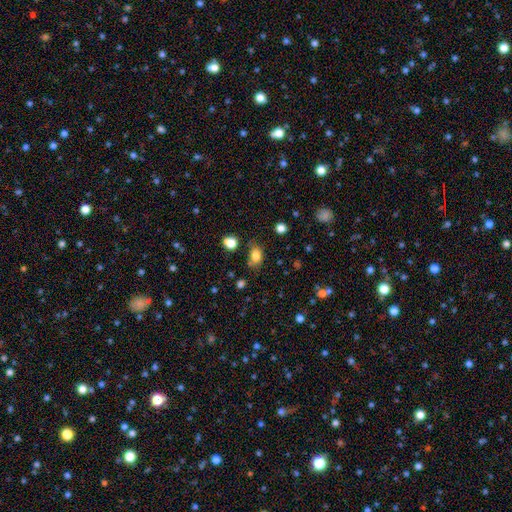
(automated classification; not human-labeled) Q: Smooth or featured?
A: smooth (80%); runner-up: star or artifact (12%)
Q: How rounded?
A: in between (66%); runner-up: round (32%)
Q: Merging?
A: none (64%); runner-up: minor disturbance (23%)